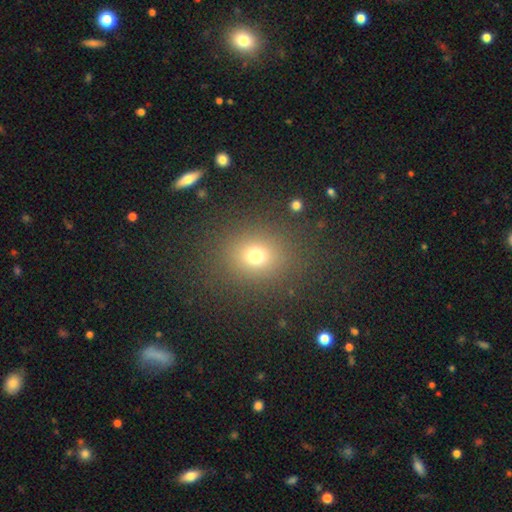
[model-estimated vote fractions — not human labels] smooth_or_featured: smooth (p=0.72) [alt: star or artifact p=0.19]
how_rounded: round (p=0.69) [alt: in between p=0.30]
merging: none (p=0.85) [alt: minor disturbance p=0.08]